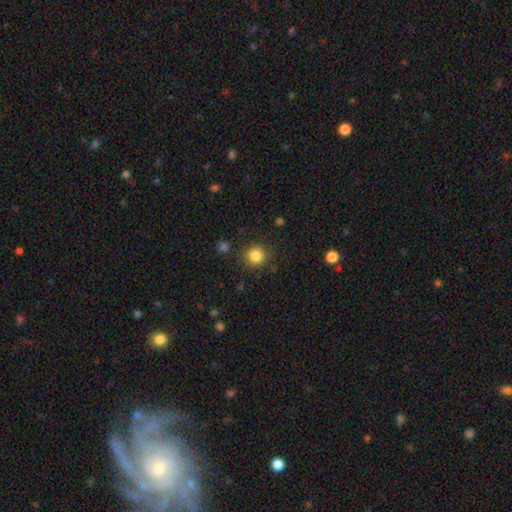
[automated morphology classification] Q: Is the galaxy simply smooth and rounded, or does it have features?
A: smooth — 84%.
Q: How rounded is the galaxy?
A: round — 93%.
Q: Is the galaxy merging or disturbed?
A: none — 88%.